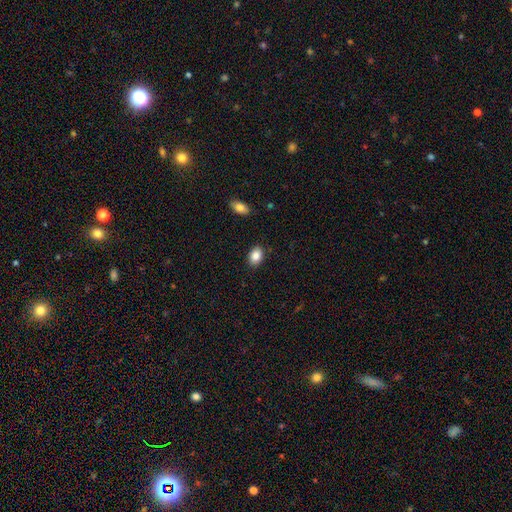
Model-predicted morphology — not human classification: A smooth galaxy with no disk features (86%) that is in between round and cigar-shaped (81%).

Vote fractions:
- Smooth or featured? smooth: 86% / star or artifact: 8% / featured or disk: 6%
- How rounded? in between: 81% / round: 18% / cigar-shaped: 1%
- Merging? none: 87% / minor disturbance: 9% / major disturbance: 2% / merger: 1%